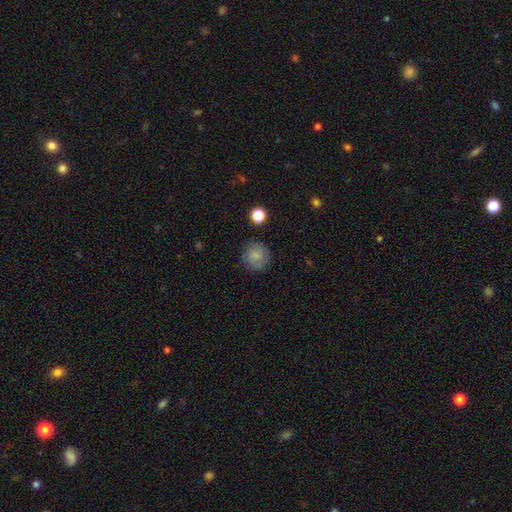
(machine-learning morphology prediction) Overall: smooth (68%). How rounded: round (90%). Merging: none (83%).